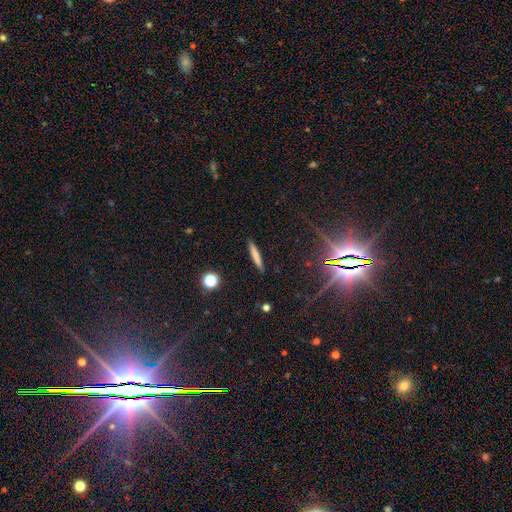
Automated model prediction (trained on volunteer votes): Q: Smooth or featured?
A: smooth (71%); runner-up: featured or disk (20%)
Q: How rounded?
A: cigar-shaped (93%); runner-up: in between (5%)
Q: Merging?
A: none (90%); runner-up: minor disturbance (7%)